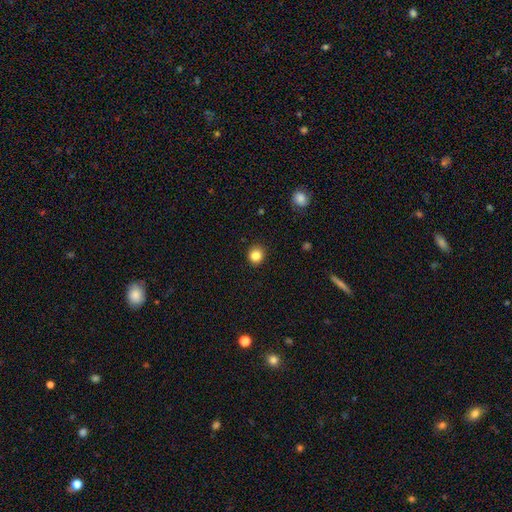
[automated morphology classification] Smooth or featured?
  - smooth: 84% *
  - star or artifact: 11%
  - featured or disk: 5%
How rounded?
  - round: 87% *
  - in between: 12%
  - cigar-shaped: 1%
Merging?
  - none: 91% *
  - minor disturbance: 6%
  - major disturbance: 2%
  - merger: 1%